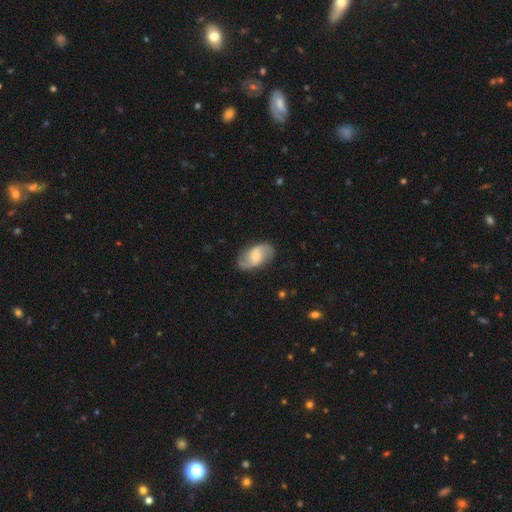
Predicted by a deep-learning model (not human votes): A featured or disk galaxy (75%) with no bar (47%), 2 (91%) loose (44%) spiral arms (94%) and a moderate central bulge (52%). Merging: none (82%).